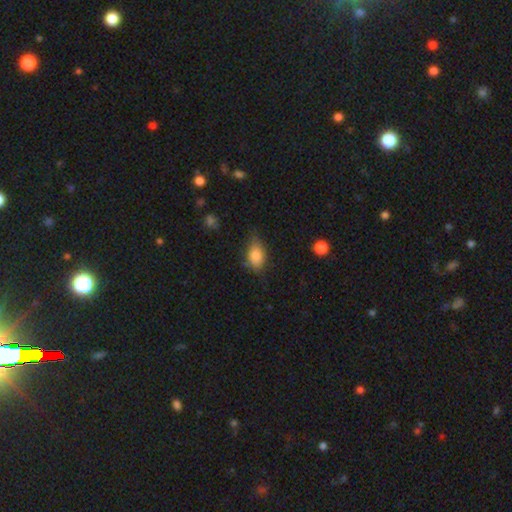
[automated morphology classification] Smooth or featured? Predicted: smooth (p=0.81). How rounded? Predicted: in between (p=0.87). Merging? Predicted: none (p=0.61).